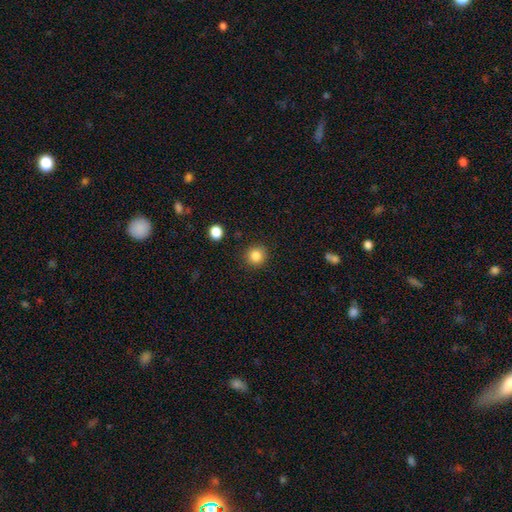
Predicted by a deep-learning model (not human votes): Smooth or featured: smooth — 85% (star or artifact — 11%)
How rounded: round — 92% (in between — 7%)
Merging: none — 90% (minor disturbance — 6%)